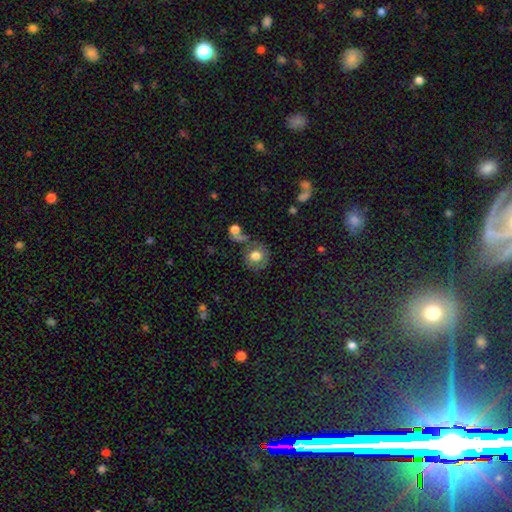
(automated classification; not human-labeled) Morphology: type=smooth (69%); roundness=round (82%); merging=none (56%).